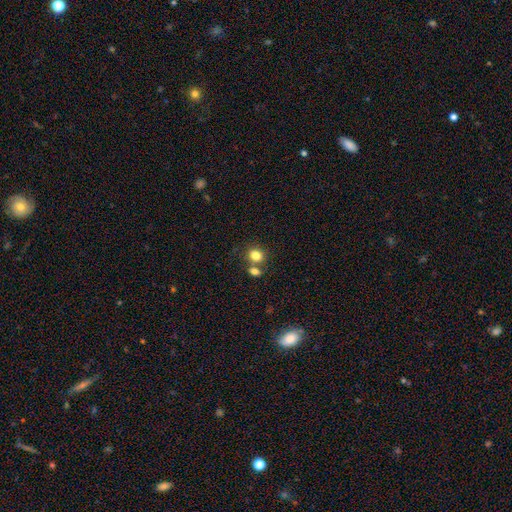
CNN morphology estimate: Smooth or featured?
  - smooth: 82% *
  - star or artifact: 11%
  - featured or disk: 7%
How rounded?
  - round: 58% *
  - in between: 41%
  - cigar-shaped: 1%
Merging?
  - none: 55% *
  - merger: 31%
  - minor disturbance: 10%
  - major disturbance: 3%